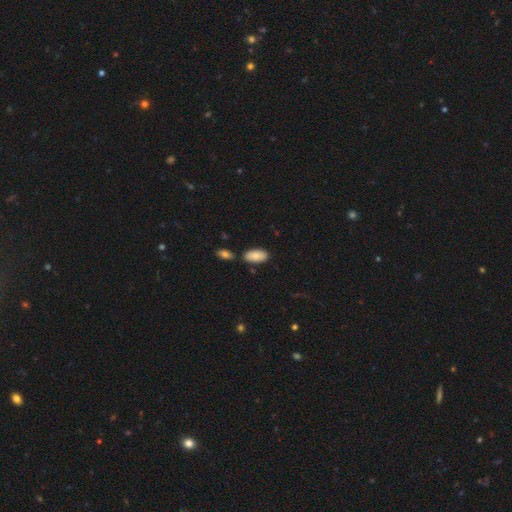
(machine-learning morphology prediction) This appears to be a smooth galaxy with no disk features (83%) that is in between round and cigar-shaped (94%). Merging: none (74%).